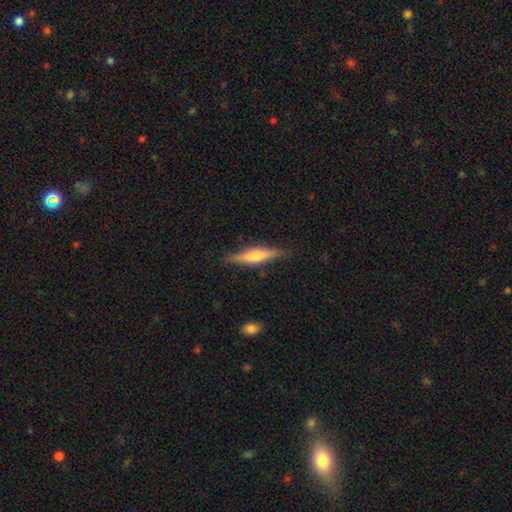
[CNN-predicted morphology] A smooth galaxy with no disk features (52%) that is cigar-shaped (85%). Merging: none (86%).